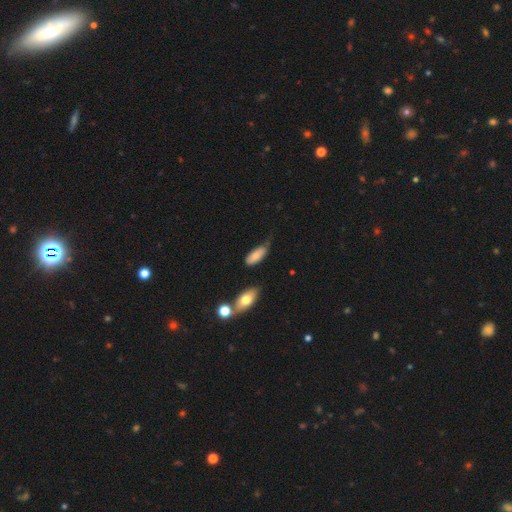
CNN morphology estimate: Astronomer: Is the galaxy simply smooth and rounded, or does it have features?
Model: smooth — 79%.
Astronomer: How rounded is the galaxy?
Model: in between — 84%.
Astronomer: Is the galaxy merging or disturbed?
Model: none — 42% (runner-up: minor disturbance, 39%).